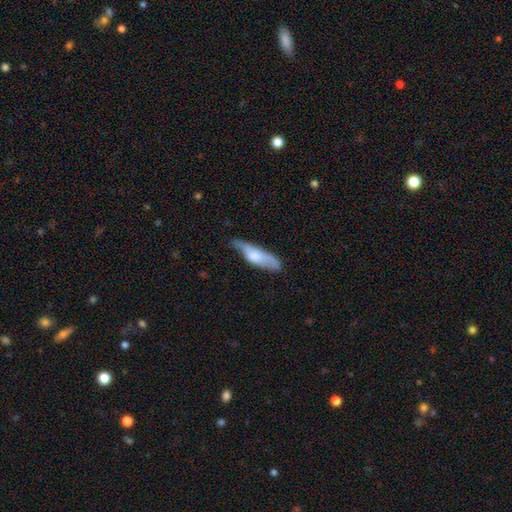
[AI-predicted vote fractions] Smooth or featured?
  - smooth: 59% *
  - featured or disk: 35%
  - star or artifact: 6%
How rounded?
  - cigar-shaped: 53% *
  - in between: 45%
  - round: 2%
Merging?
  - none: 50% *
  - minor disturbance: 34%
  - major disturbance: 13%
  - merger: 3%